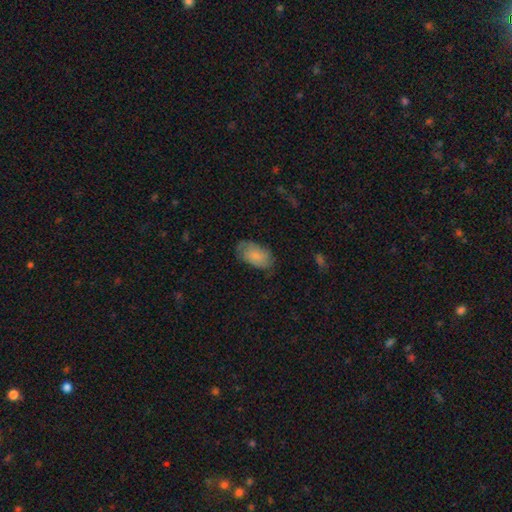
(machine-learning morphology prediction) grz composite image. It shows a smooth galaxy with no disk features (75%) that is in between round and cigar-shaped (94%). Merging: none (64%).